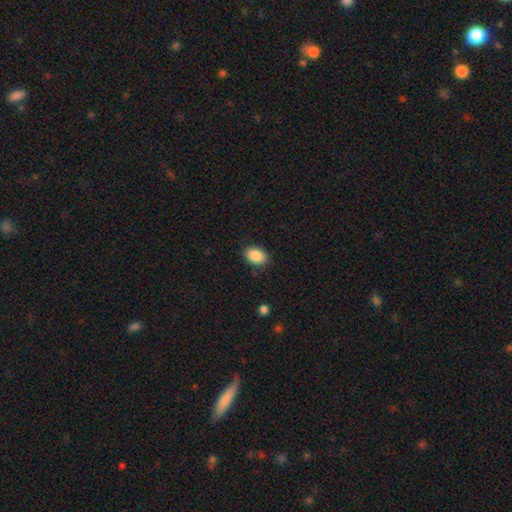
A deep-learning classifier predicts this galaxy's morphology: Smooth or featured?
  - smooth: 88% *
  - star or artifact: 7%
  - featured or disk: 4%
How rounded?
  - in between: 85% *
  - round: 14%
  - cigar-shaped: 1%
Merging?
  - none: 86% *
  - minor disturbance: 10%
  - major disturbance: 2%
  - merger: 1%